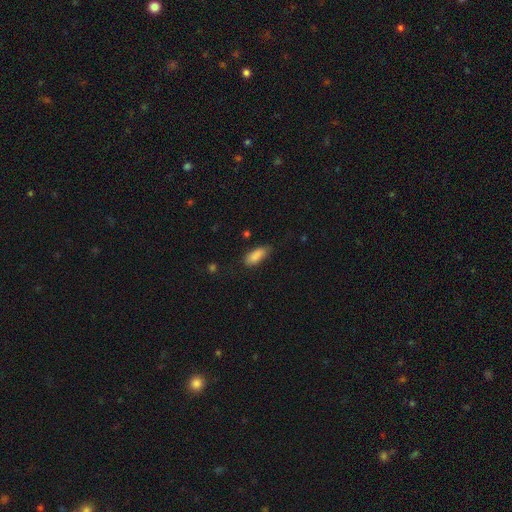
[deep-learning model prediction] smooth_or_featured: smooth (p=0.88) [alt: star or artifact p=0.07]
how_rounded: in between (p=0.79) [alt: cigar-shaped p=0.19]
merging: none (p=0.68) [alt: minor disturbance p=0.25]